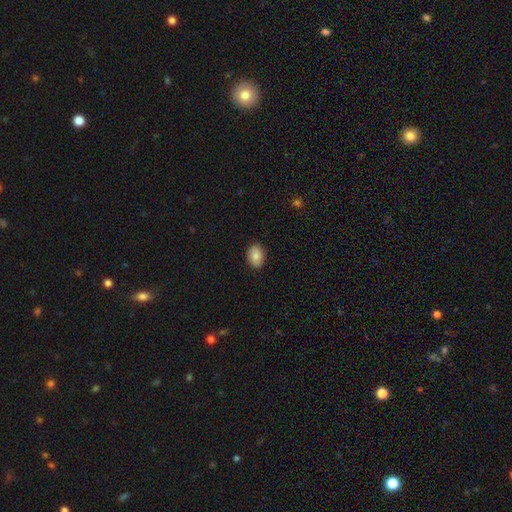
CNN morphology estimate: smooth 84%, featured or disk 8%, star or artifact 8%. Down the decision tree: how rounded — in between (74%); merging — none (86%).